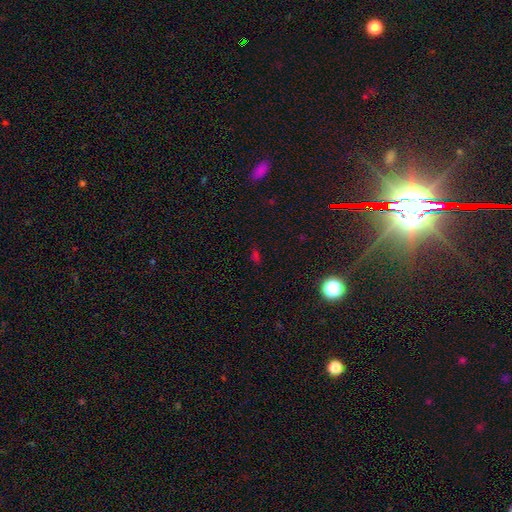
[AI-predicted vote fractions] The model was most divided on "smooth or featured": smooth: 48%, star or artifact: 45%, featured or disk: 7%. More confident: merging — none (76%).